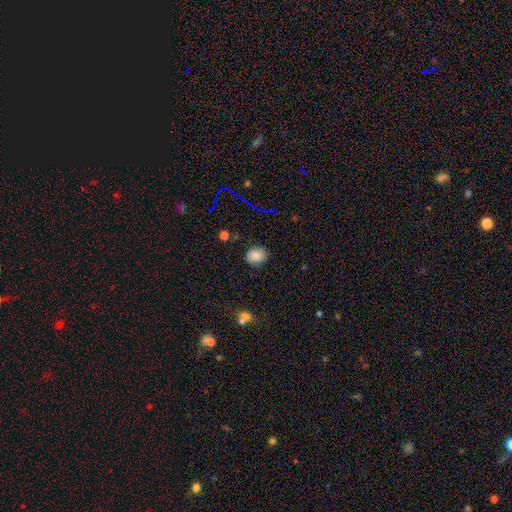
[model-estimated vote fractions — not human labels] Smooth or featured? smooth (80%)
How rounded? round (61%)
Merging? none (82%)